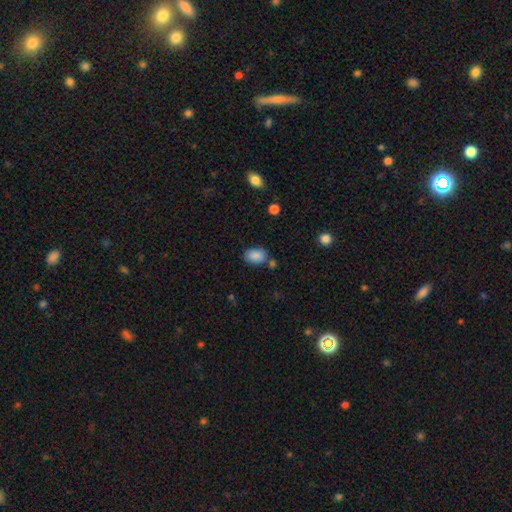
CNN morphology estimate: smooth 86%, star or artifact 8%, featured or disk 6%. Down the decision tree: how rounded — in between (82%); merging — none (72%).